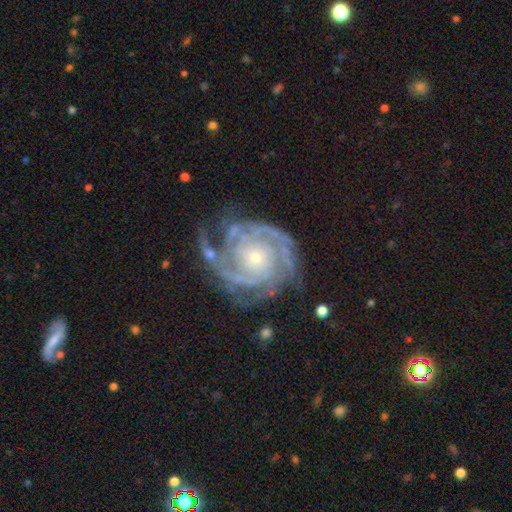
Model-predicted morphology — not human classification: smooth_or_featured: featured or disk (p=0.92) [alt: star or artifact p=0.05]
disk_edge_on: no (p=0.98) [alt: yes p=0.02]
bar: no (p=0.76) [alt: weak p=0.16]
has_spiral_arms: yes (p=0.98) [alt: no p=0.02]
spiral_winding: tight (p=0.71) [alt: medium p=0.26]
spiral_arm_count: 3 (p=0.28) [alt: 2 p=0.27]
bulge_size: small (p=0.78) [alt: moderate p=0.19]
merging: none (p=0.69) [alt: minor disturbance p=0.19]